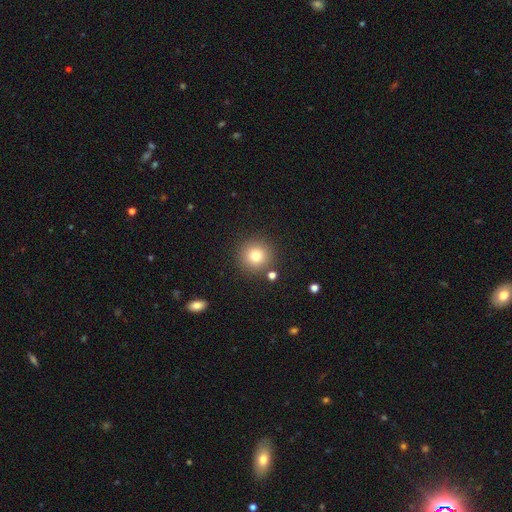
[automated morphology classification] Smooth or featured? Predicted: smooth (p=0.79). How rounded? Predicted: round (p=0.95). Merging? Predicted: none (p=0.86).